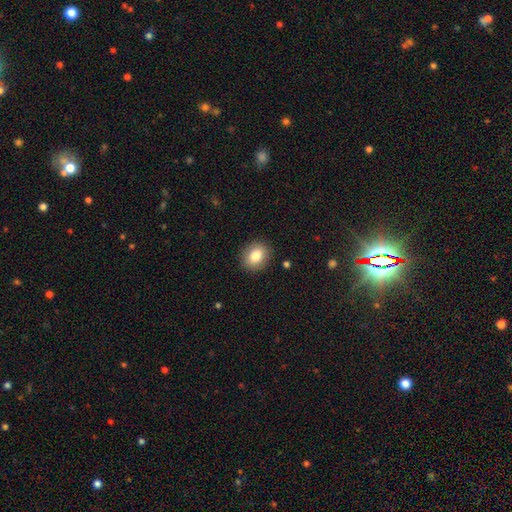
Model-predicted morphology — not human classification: smooth_or_featured: smooth (p=0.82) [alt: featured or disk p=0.09]
how_rounded: round (p=0.57) [alt: in between p=0.42]
merging: none (p=0.89) [alt: minor disturbance p=0.08]